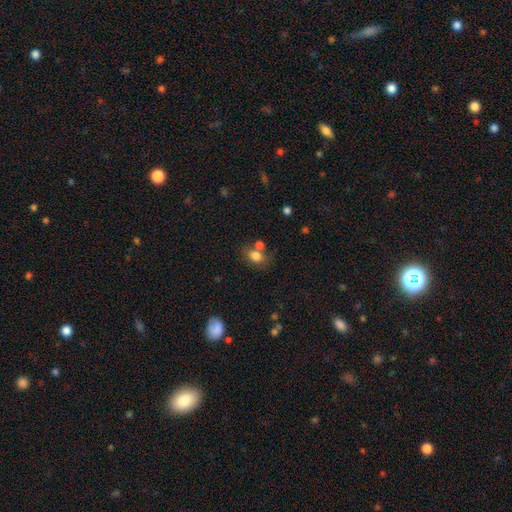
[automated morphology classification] The model was most divided on "how rounded": in between: 60%, round: 39%, cigar-shaped: 1%. More confident: smooth or featured — smooth (79%); merging — none (54%).